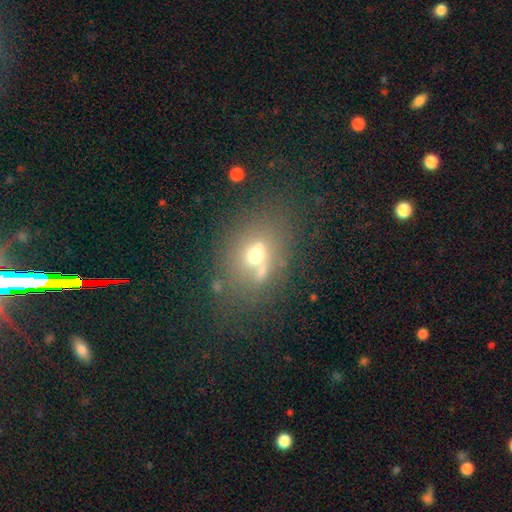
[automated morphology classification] Q: Smooth or featured?
A: smooth (54%); runner-up: featured or disk (27%)
Q: How rounded?
A: in between (50%); runner-up: round (48%)
Q: Merging?
A: none (53%); runner-up: merger (23%)